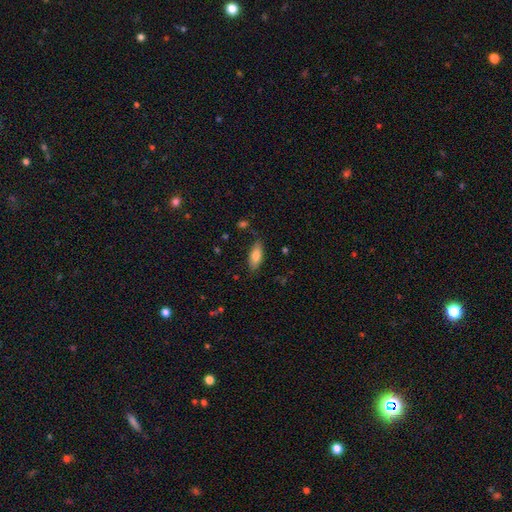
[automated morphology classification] smooth_or_featured: smooth (p=0.77) [alt: featured or disk p=0.17]
how_rounded: in between (p=0.77) [alt: cigar-shaped p=0.21]
merging: none (p=0.81) [alt: minor disturbance p=0.15]